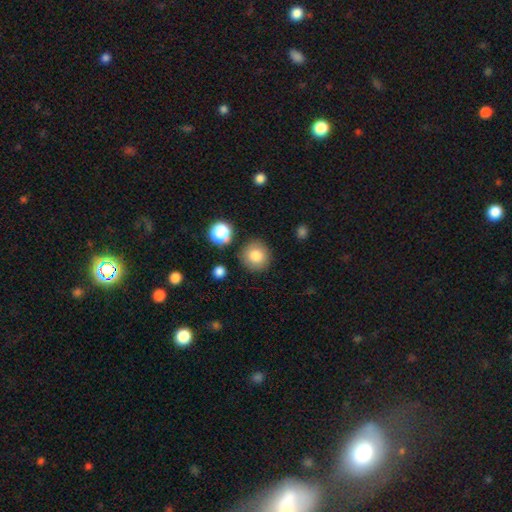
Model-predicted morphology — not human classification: smooth_or_featured: smooth (p=0.81) [alt: star or artifact p=0.10]
how_rounded: round (p=0.93) [alt: in between p=0.06]
merging: none (p=0.85) [alt: minor disturbance p=0.09]